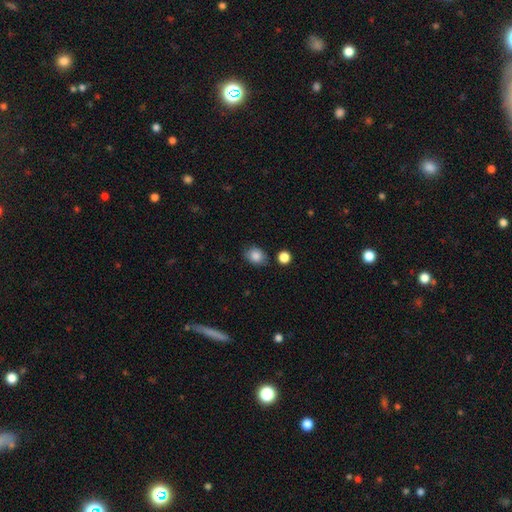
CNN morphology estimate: Smooth or featured: smooth — 86% (star or artifact — 9%)
How rounded: in between — 53% (round — 46%)
Merging: none — 79% (minor disturbance — 14%)